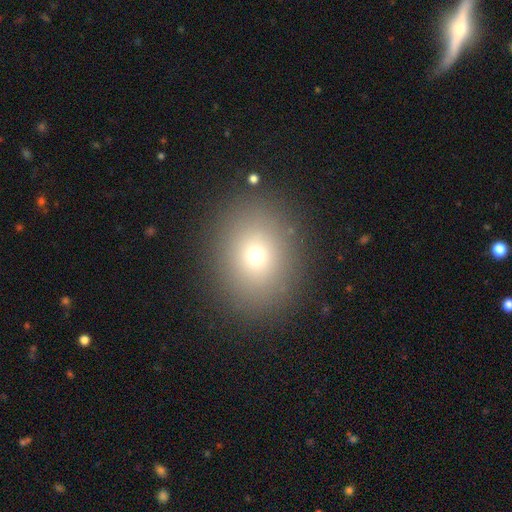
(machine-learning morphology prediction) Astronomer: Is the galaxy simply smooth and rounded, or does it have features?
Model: smooth — 72%.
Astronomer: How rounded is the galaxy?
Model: round — 54% (runner-up: in between, 45%).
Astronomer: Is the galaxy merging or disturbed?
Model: none — 88%.